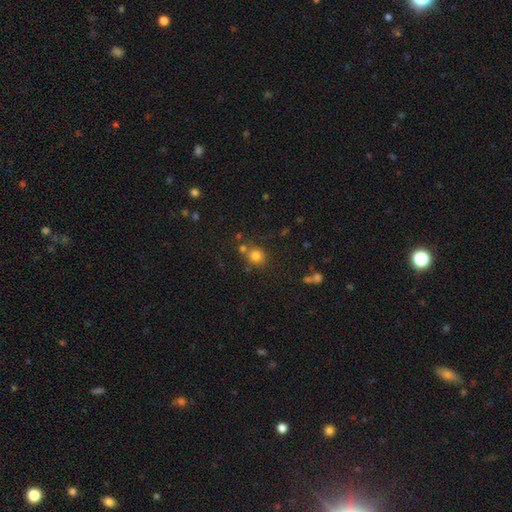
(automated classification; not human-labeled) Smooth or featured? Predicted: smooth (p=0.78). How rounded? Predicted: round (p=0.86). Merging? Predicted: none (p=0.67).